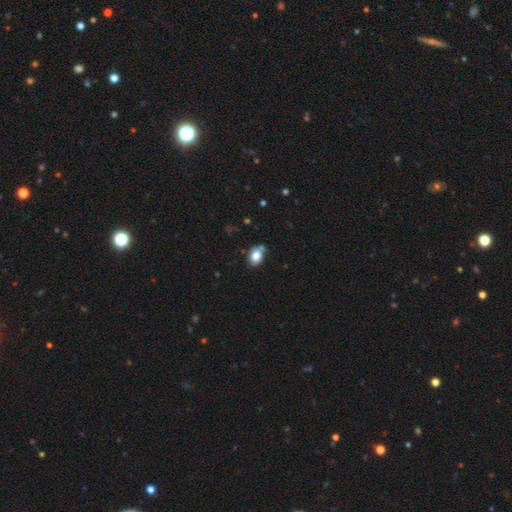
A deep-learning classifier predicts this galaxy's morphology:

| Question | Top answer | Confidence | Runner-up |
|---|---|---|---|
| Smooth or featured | smooth | 82% | star or artifact (9%) |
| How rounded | in between | 75% | round (23%) |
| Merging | none | 61% | minor disturbance (25%) |